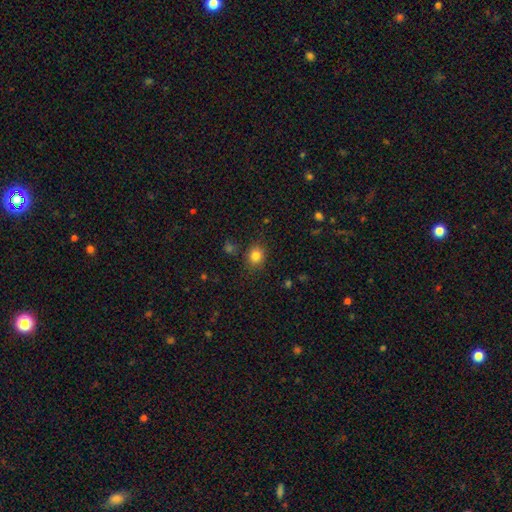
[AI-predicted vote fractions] smooth-or-featured: smooth: 82% | star or artifact: 12% | featured or disk: 6%
  how-rounded: round: 68% | in between: 31% | cigar-shaped: 1%
  merging: none: 83% | minor disturbance: 11% | major disturbance: 3% | merger: 3%